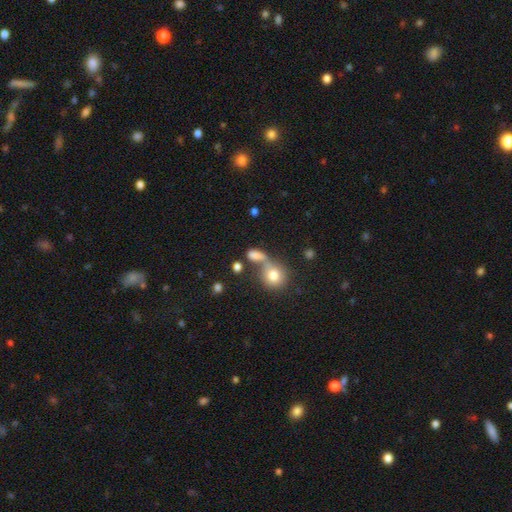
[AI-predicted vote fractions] smooth_or_featured: smooth (p=0.77) [alt: star or artifact p=0.12]
how_rounded: in between (p=0.67) [alt: round p=0.26]
merging: merger (p=0.47) [alt: none p=0.31]